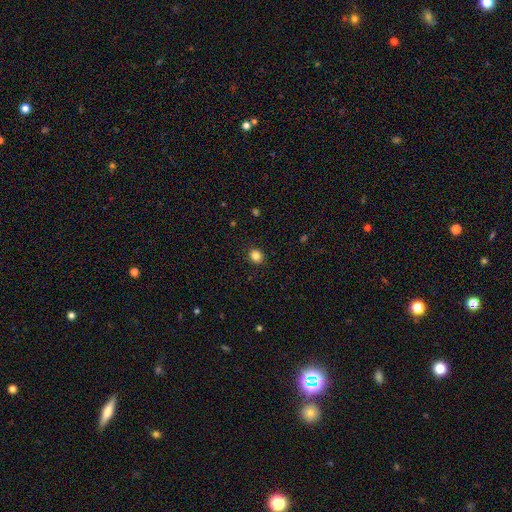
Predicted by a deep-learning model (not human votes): Q: Smooth or featured?
A: smooth (84%); runner-up: star or artifact (12%)
Q: How rounded?
A: round (82%); runner-up: in between (17%)
Q: Merging?
A: none (91%); runner-up: minor disturbance (6%)